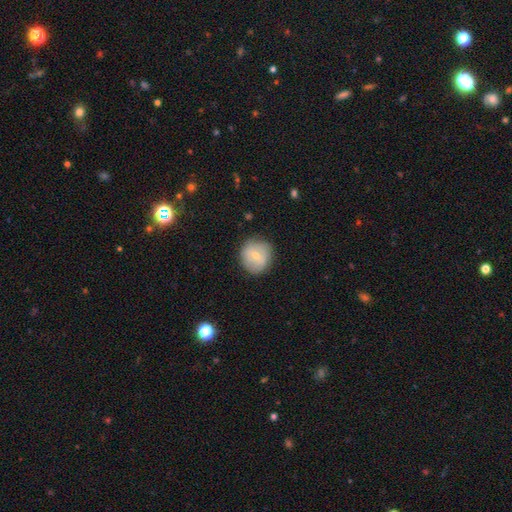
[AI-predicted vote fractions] A smooth galaxy with no disk features (56%) that is round (89%).

Vote fractions:
- Smooth or featured? smooth: 56% / featured or disk: 37% / star or artifact: 7%
- How rounded? round: 89% / in between: 10% / cigar-shaped: 1%
- Merging? none: 81% / minor disturbance: 14% / major disturbance: 4% / merger: 1%